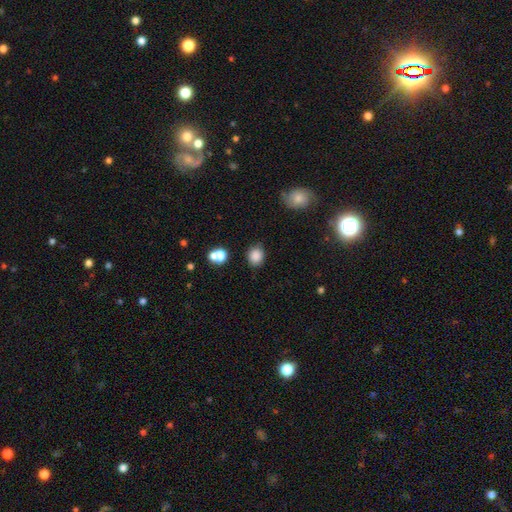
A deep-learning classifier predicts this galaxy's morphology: Smooth or featured?
  - smooth: 84% *
  - star or artifact: 11%
  - featured or disk: 5%
How rounded?
  - round: 63% *
  - in between: 36%
  - cigar-shaped: 1%
Merging?
  - none: 80% *
  - minor disturbance: 13%
  - merger: 4%
  - major disturbance: 3%